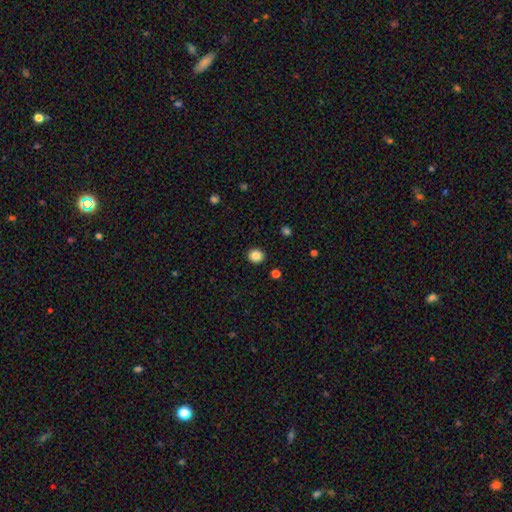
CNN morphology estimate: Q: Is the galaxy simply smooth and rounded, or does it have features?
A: smooth — 86%.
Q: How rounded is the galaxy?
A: round — 79%.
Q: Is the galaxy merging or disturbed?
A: none — 92%.